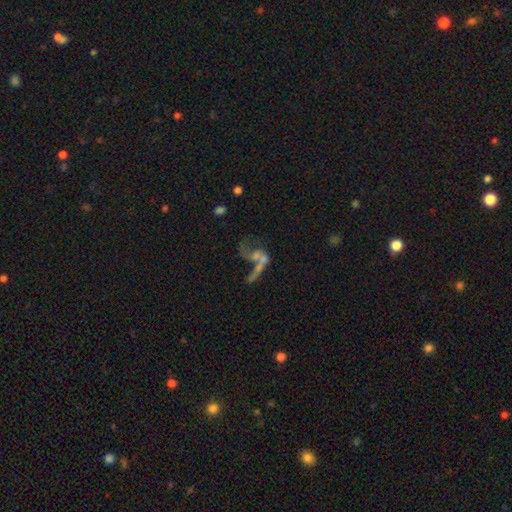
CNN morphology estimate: Smooth or featured? Predicted: featured or disk (p=0.60). Edge-on disk? Predicted: no (p=0.95). Bar? Predicted: no (p=0.75). Spiral arms? Predicted: no (p=0.54). Bulge size? Predicted: none (p=0.47). Merging? Predicted: merger (p=0.46).